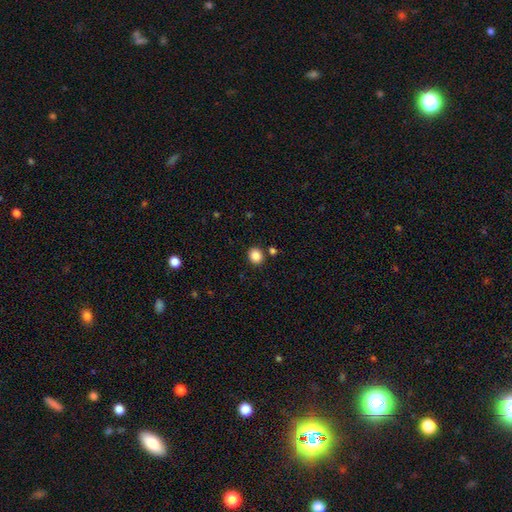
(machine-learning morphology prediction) smooth_or_featured: smooth (p=0.86) [alt: star or artifact p=0.10]
how_rounded: round (p=0.72) [alt: in between p=0.28]
merging: none (p=0.85) [alt: minor disturbance p=0.08]